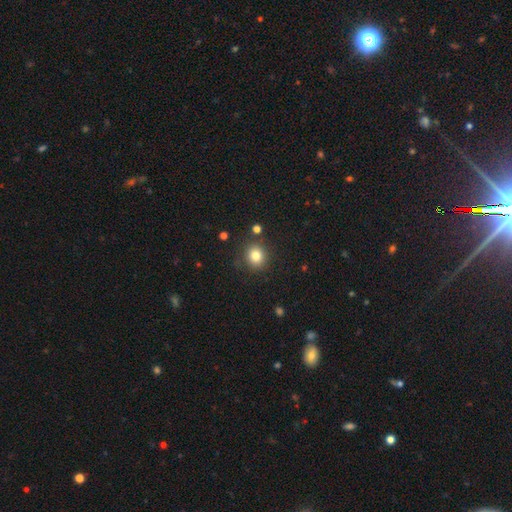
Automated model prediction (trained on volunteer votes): Overall: smooth (81%). How rounded: round (81%). Merging: none (84%).